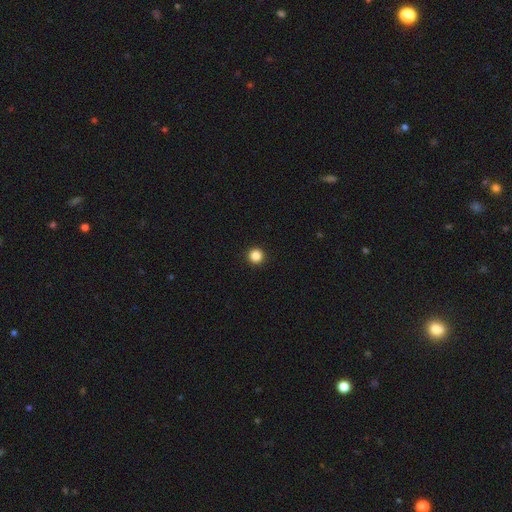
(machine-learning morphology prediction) A smooth galaxy with no disk features (86%) that is round (96%).

Vote fractions:
- Smooth or featured? smooth: 86% / star or artifact: 11% / featured or disk: 3%
- How rounded? round: 96% / in between: 3% / cigar-shaped: 1%
- Merging? none: 94% / minor disturbance: 3% / major disturbance: 1% / merger: 1%